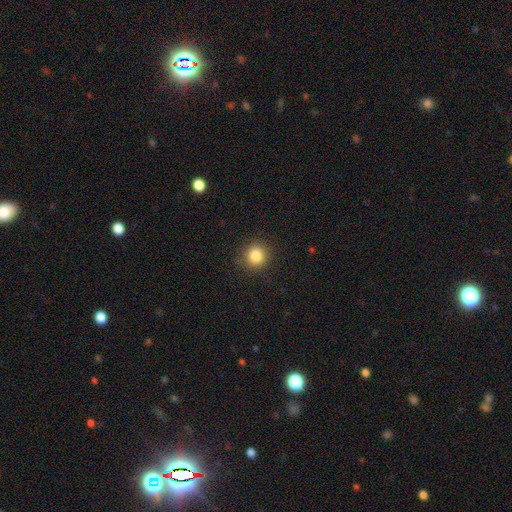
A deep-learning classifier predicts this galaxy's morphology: The model was most divided on "smooth or featured": smooth: 84%, star or artifact: 11%, featured or disk: 5%. More confident: how rounded — round (89%); merging — none (88%).